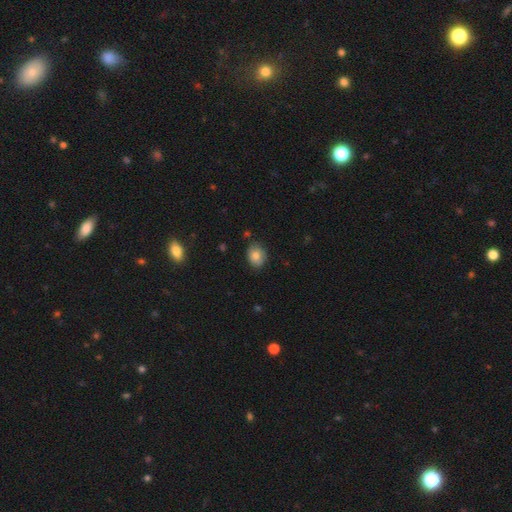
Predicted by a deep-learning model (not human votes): Smooth or featured? Predicted: smooth (p=0.80). How rounded? Predicted: in between (p=0.53). Merging? Predicted: none (p=0.78).